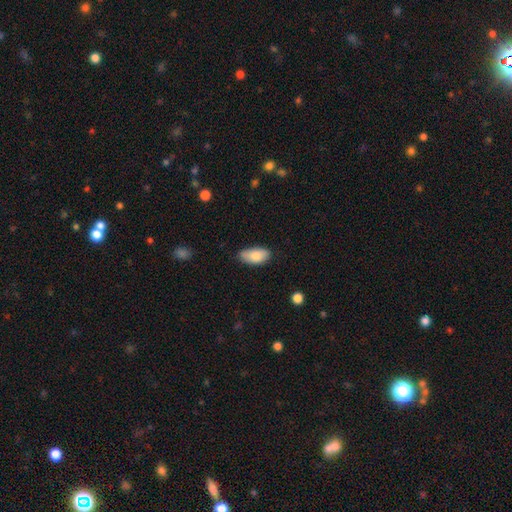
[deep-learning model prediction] smooth 83%, featured or disk 10%, star or artifact 7%. Down the decision tree: how rounded — in between (93%); merging — none (69%).